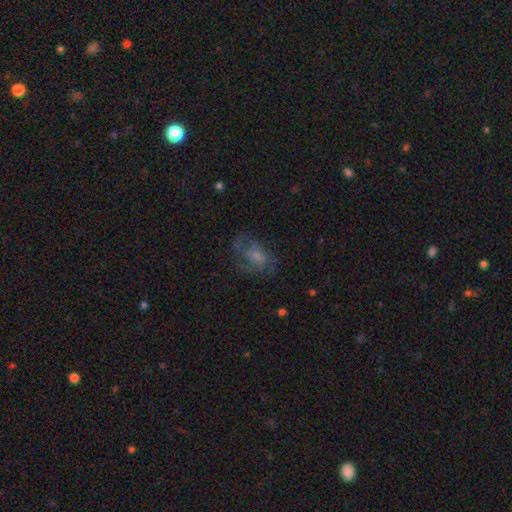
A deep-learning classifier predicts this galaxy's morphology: smooth-or-featured: featured or disk: 55% | smooth: 33% | star or artifact: 13%
  disk-edge-on: no: 97% | yes: 3%
    bar: no: 70% | weak: 26% | strong: 4%
    has-spiral-arms: yes: 73% | no: 27%
    bulge-size: small: 44% | moderate: 30% | none: 19% | large: 6% | dominant: 2%
  merging: none: 53% | major disturbance: 24% | minor disturbance: 21% | merger: 2%